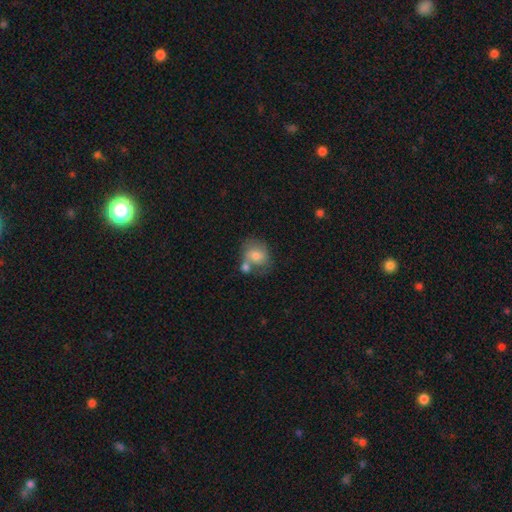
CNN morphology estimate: type=smooth (70%); roundness=round (64%); merging=none (39%).